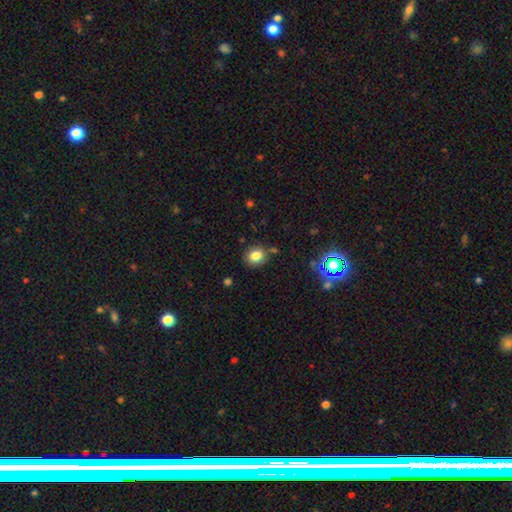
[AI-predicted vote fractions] smooth_or_featured: smooth (p=0.81) [alt: star or artifact p=0.12]
how_rounded: round (p=0.67) [alt: in between p=0.32]
merging: none (p=0.82) [alt: minor disturbance p=0.11]